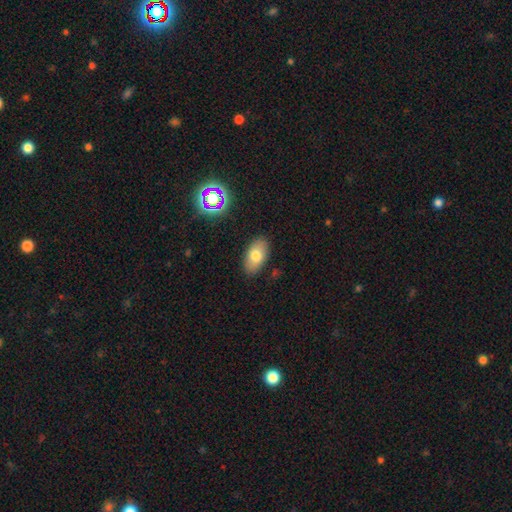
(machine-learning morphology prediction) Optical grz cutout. It shows a smooth galaxy with no disk features (73%) that is in between round and cigar-shaped (92%). Merging: none (86%).